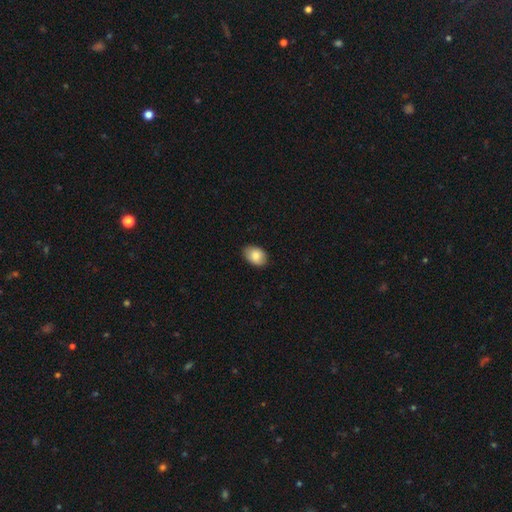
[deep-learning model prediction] smooth 85%, featured or disk 8%, star or artifact 7%. Down the decision tree: how rounded — in between (81%); merging — none (84%).